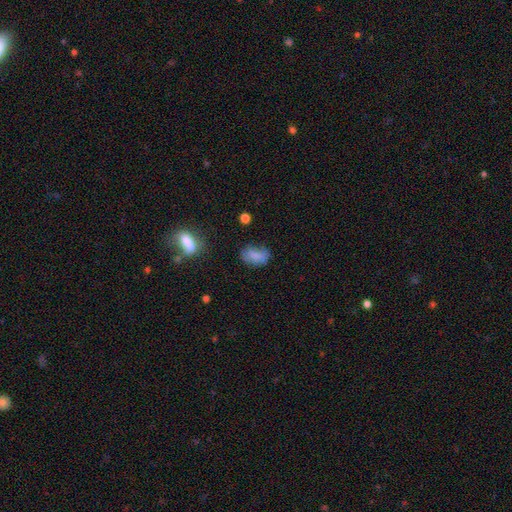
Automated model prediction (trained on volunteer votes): This appears to be a smooth galaxy with no disk features (77%) that is in between round and cigar-shaped (87%). Merging: none (56%).